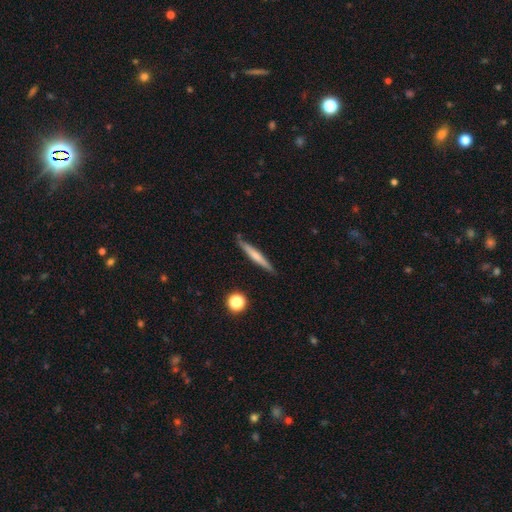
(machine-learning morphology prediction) type=smooth (53%); roundness=cigar-shaped (94%); merging=none (86%).